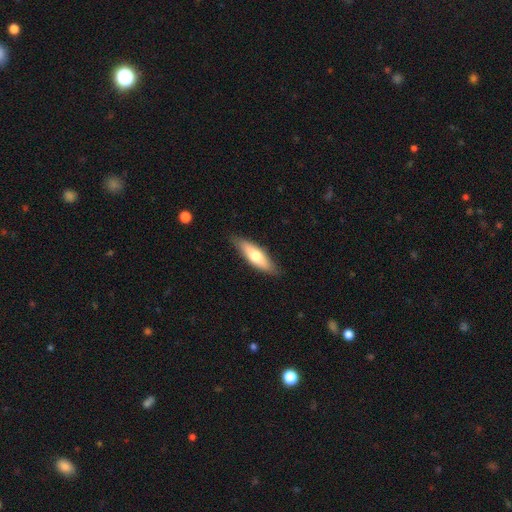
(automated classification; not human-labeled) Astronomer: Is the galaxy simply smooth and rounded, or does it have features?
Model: smooth — 62%.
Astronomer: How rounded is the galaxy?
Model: cigar-shaped — 51% (runner-up: in between, 47%).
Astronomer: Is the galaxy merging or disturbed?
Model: none — 83%.